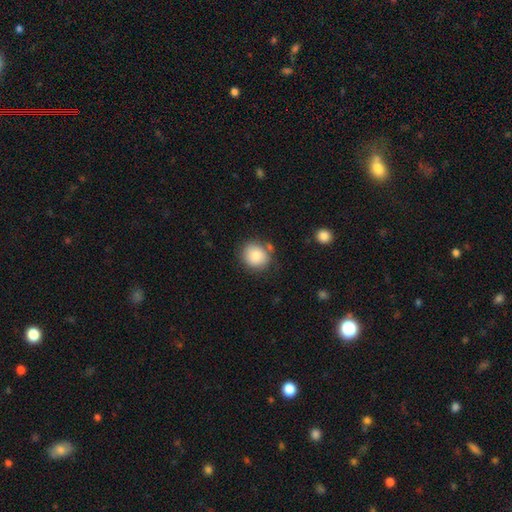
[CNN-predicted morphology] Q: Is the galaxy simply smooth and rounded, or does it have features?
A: smooth — 85%.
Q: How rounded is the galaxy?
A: round — 81%.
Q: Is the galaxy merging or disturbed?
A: none — 76%.